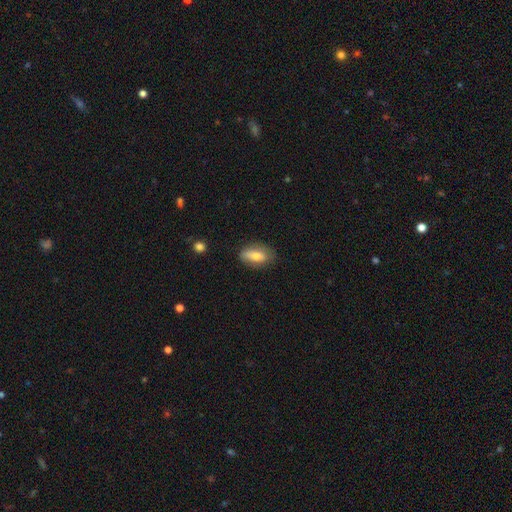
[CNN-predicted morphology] Q: Smooth or featured?
A: smooth (74%); runner-up: featured or disk (19%)
Q: How rounded?
A: in between (88%); runner-up: cigar-shaped (6%)
Q: Merging?
A: none (77%); runner-up: minor disturbance (18%)